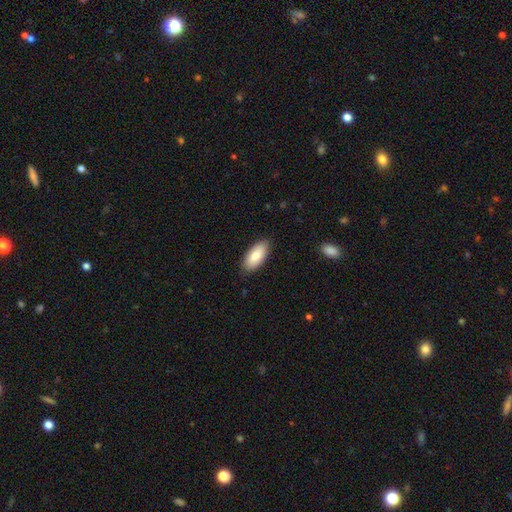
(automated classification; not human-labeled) Smooth or featured?
  - smooth: 85% *
  - featured or disk: 9%
  - star or artifact: 6%
How rounded?
  - in between: 88% *
  - cigar-shaped: 10%
  - round: 2%
Merging?
  - none: 87% *
  - minor disturbance: 10%
  - major disturbance: 2%
  - merger: 1%